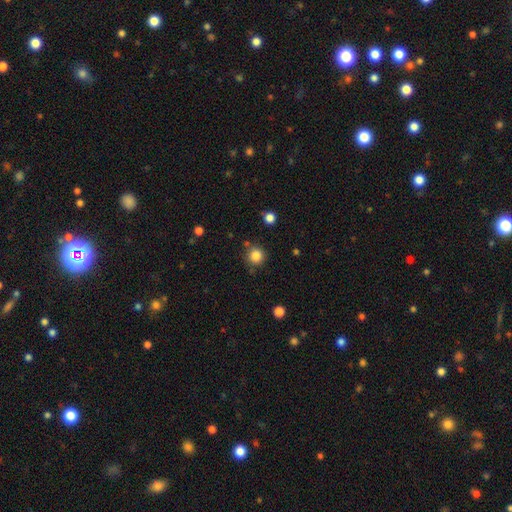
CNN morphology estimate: Overall: smooth (84%). How rounded: round (94%). Merging: none (82%).